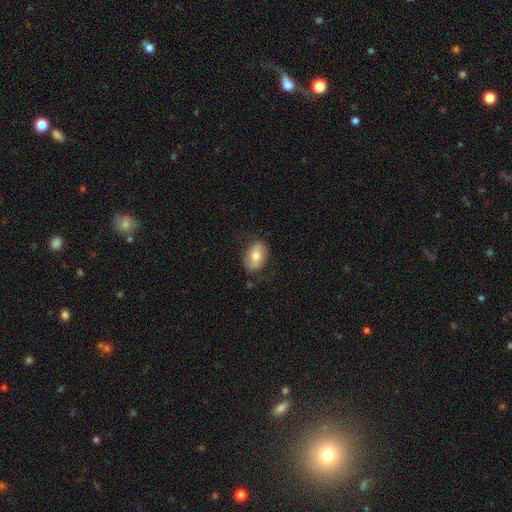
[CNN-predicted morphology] type=smooth (64%); roundness=in between (86%); merging=none (75%).